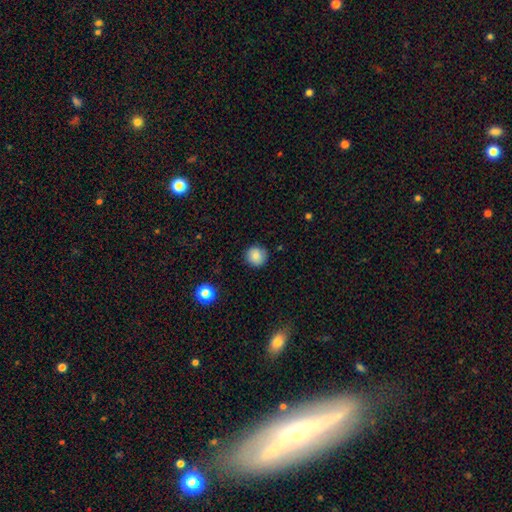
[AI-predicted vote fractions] smooth 85%, star or artifact 9%, featured or disk 5%. Down the decision tree: how rounded — round (93%); merging — none (87%).